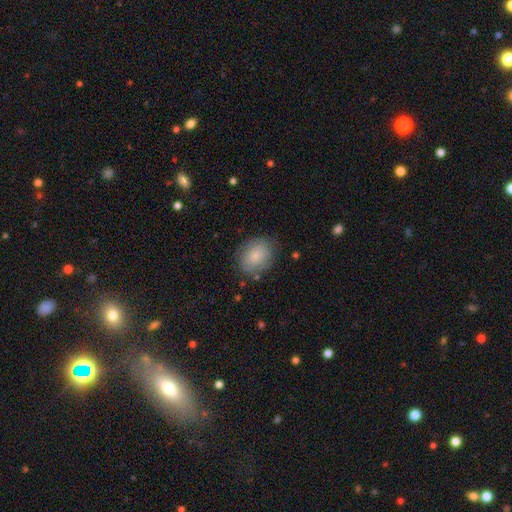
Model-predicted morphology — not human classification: Smooth or featured? smooth (81%)
How rounded? in between (53%)
Merging? none (77%)